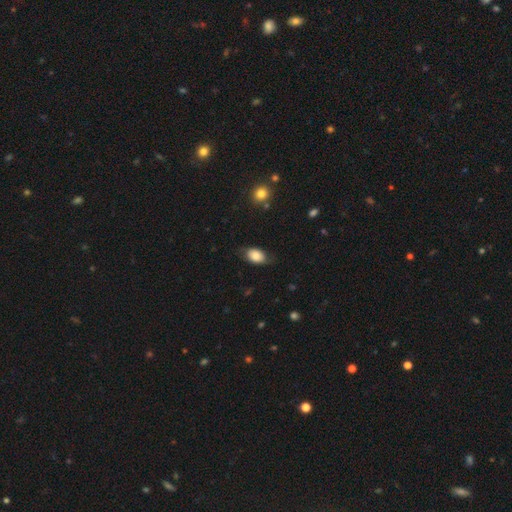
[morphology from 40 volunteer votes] Smooth or featured? 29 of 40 (72%) said smooth. How rounded? 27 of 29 (93%) said in between. Merging? 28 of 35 (80%) said none.